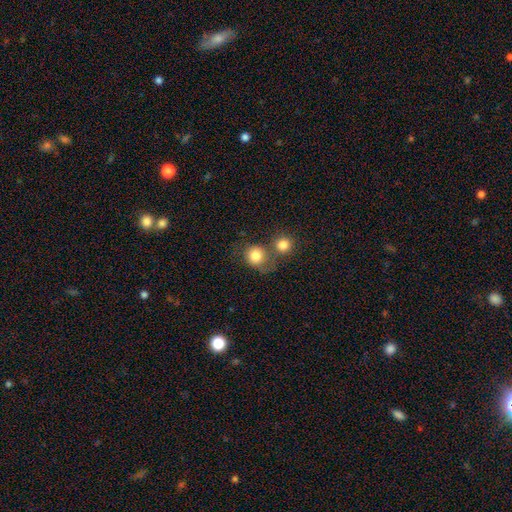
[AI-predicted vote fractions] This is clearly a smooth galaxy (81%). How rounded: clearly round (81%). Merging: marginally none (42%).